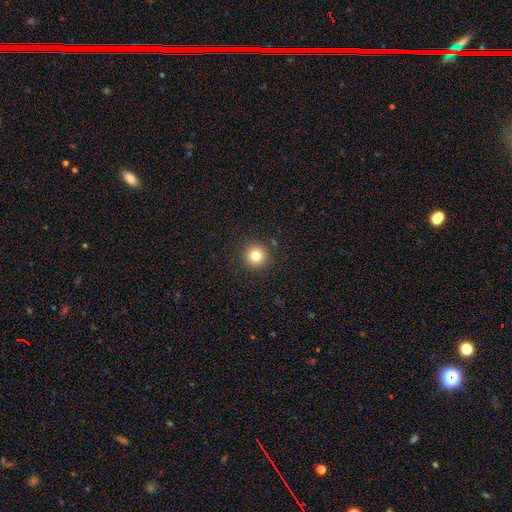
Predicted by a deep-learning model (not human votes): Smooth or featured: smooth — 80% (star or artifact — 13%)
How rounded: round — 96% (in between — 3%)
Merging: none — 91% (minor disturbance — 5%)